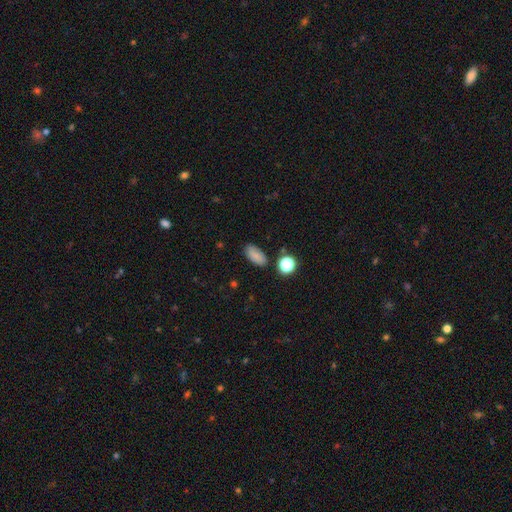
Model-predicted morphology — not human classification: Smooth or featured? Predicted: smooth (p=0.82). How rounded? Predicted: in between (p=0.90). Merging? Predicted: none (p=0.81).